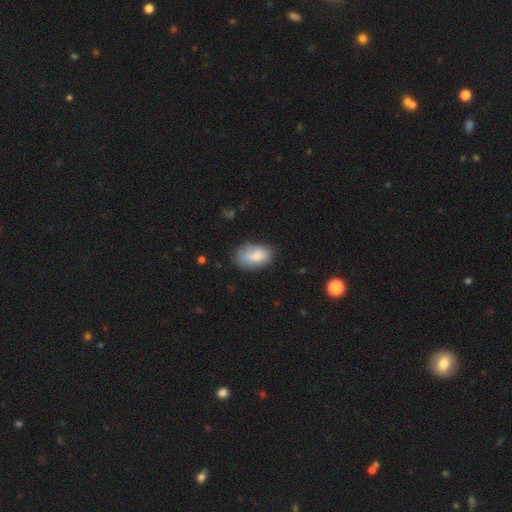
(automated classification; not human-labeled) A smooth galaxy with no disk features (80%) that is in between round and cigar-shaped (91%). Merging: none (61%).